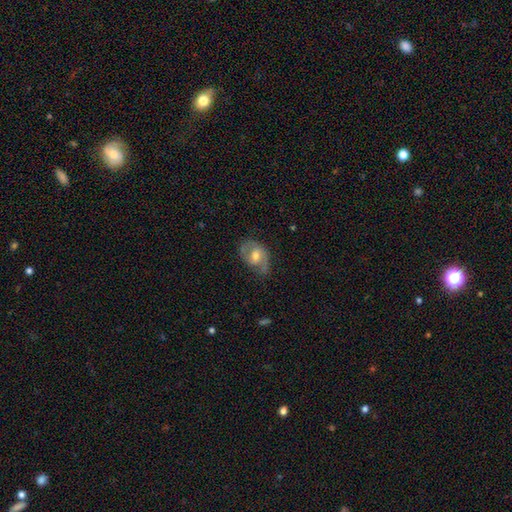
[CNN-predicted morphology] smooth-or-featured: featured or disk: 65% | smooth: 28% | star or artifact: 7%
  disk-edge-on: no: 96% | yes: 4%
    bar: no: 47% | weak: 42% | strong: 11%
    has-spiral-arms: yes: 82% | no: 18%
      spiral-winding: medium: 48% | tight: 27% | loose: 26%
      spiral-arm-count: 2: 74% | 1: 12% | can't tell: 10% | 3: 1% | 4: 1% | more than 4: 1%
    bulge-size: moderate: 67% | small: 24% | large: 7% | none: 2% | dominant: 1%
  merging: none: 63% | minor disturbance: 24% | major disturbance: 12% | merger: 2%